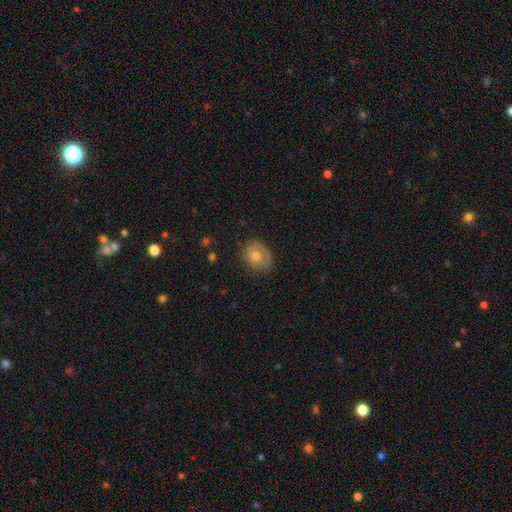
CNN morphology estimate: Q: Smooth or featured?
A: smooth (61%); runner-up: featured or disk (29%)
Q: How rounded?
A: round (62%); runner-up: in between (37%)
Q: Merging?
A: none (73%); runner-up: minor disturbance (19%)